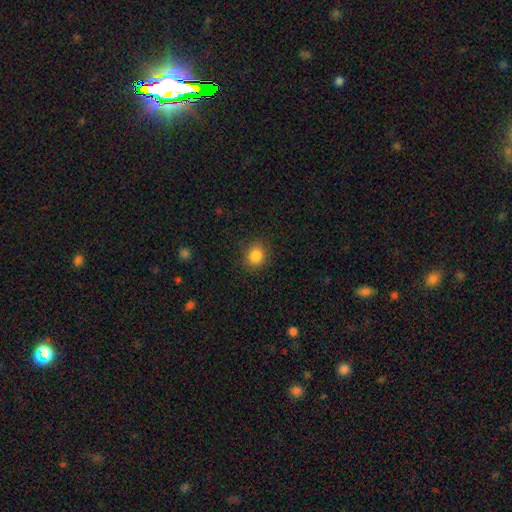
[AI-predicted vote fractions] A smooth galaxy with no disk features (86%) that is round (72%). Merging: none (87%).